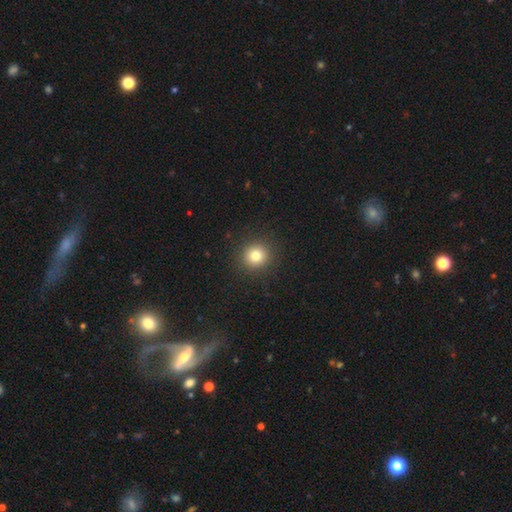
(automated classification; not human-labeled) Smooth or featured? smooth (80%)
How rounded? round (91%)
Merging? none (92%)